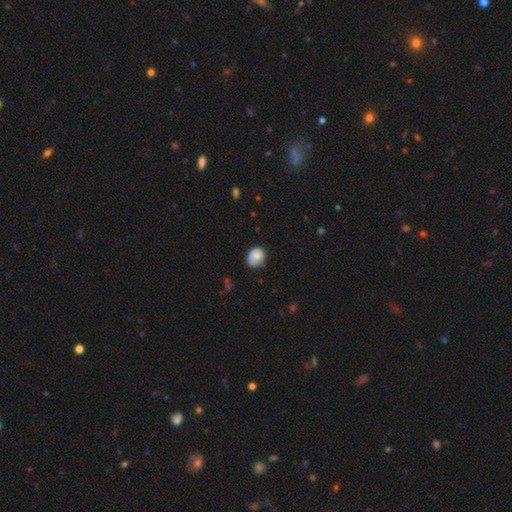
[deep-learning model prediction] Smooth or featured? Predicted: smooth (p=0.76). How rounded? Predicted: in between (p=0.50). Merging? Predicted: none (p=0.53).